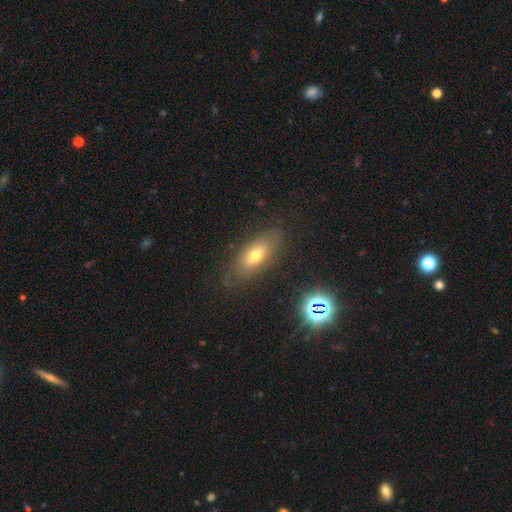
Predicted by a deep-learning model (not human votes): smooth_or_featured: smooth (p=0.57) [alt: featured or disk p=0.32]
how_rounded: in between (p=0.79) [alt: cigar-shaped p=0.16]
merging: none (p=0.75) [alt: minor disturbance p=0.16]